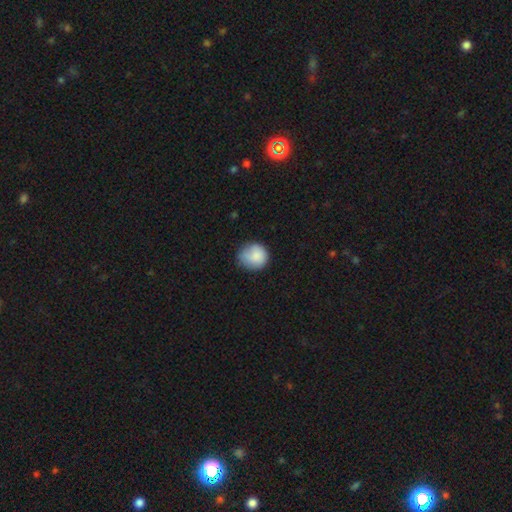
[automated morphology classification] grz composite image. It shows a smooth galaxy with no disk features (85%) that is round (83%). Merging: none (65%).